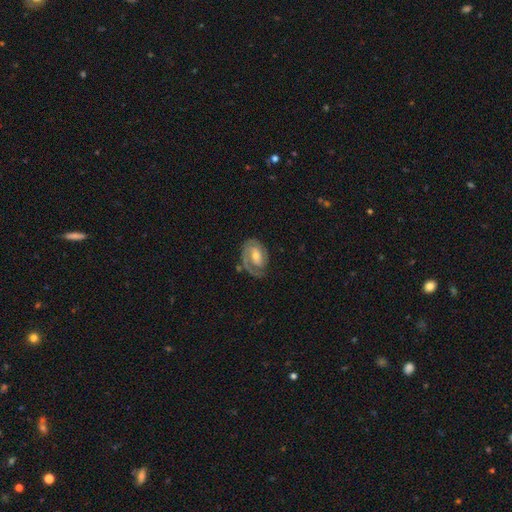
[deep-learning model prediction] Smooth or featured? featured or disk (84%)
Edge-on disk? no (97%)
Bar? weak (43%)
Spiral arms? yes (95%)
Spiral winding? tight (62%)
Spiral arm count? 2 (53%)
Bulge size? moderate (53%)
Merging? none (68%)